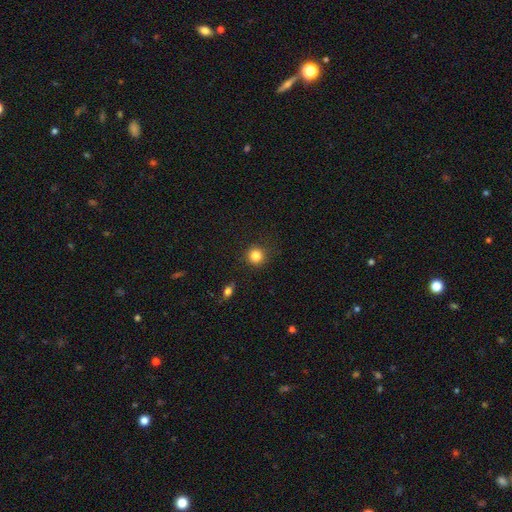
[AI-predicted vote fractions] Morphology: type=smooth (84%); roundness=round (94%); merging=none (89%).